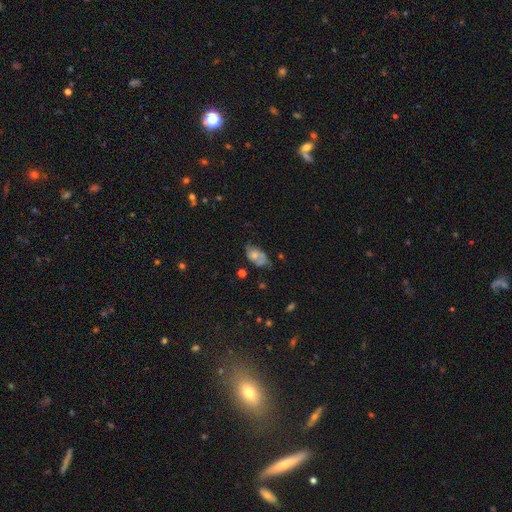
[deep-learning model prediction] smooth_or_featured: smooth (p=0.52) [alt: featured or disk p=0.39]
how_rounded: in between (p=0.89) [alt: round p=0.08]
merging: none (p=0.42) [alt: minor disturbance p=0.35]